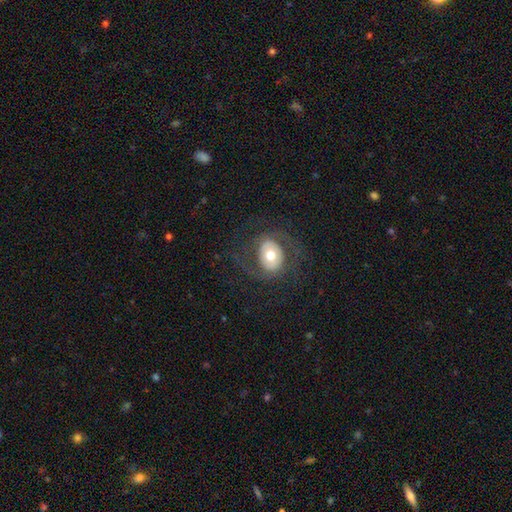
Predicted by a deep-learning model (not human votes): Q: Smooth or featured?
A: featured or disk (57%); runner-up: smooth (30%)
Q: Edge-on disk?
A: no (94%); runner-up: yes (6%)
Q: Bar?
A: no (48%); runner-up: weak (31%)
Q: Spiral arms?
A: yes (67%); runner-up: no (33%)
Q: Bulge size?
A: moderate (57%); runner-up: small (20%)
Q: Merging?
A: none (77%); runner-up: minor disturbance (12%)